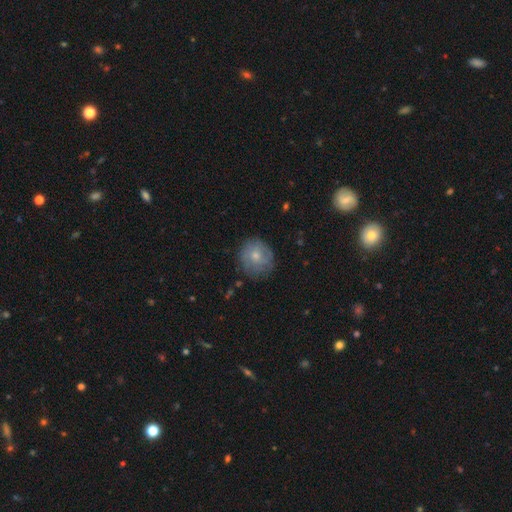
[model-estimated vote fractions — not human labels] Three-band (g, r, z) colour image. It shows a smooth galaxy with no disk features (57%) that is round (82%). Merging: none (70%).